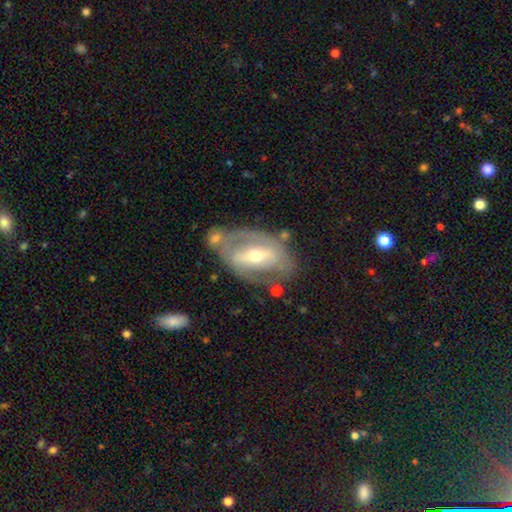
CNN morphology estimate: Smooth or featured?
  - featured or disk: 74% *
  - smooth: 20%
  - star or artifact: 6%
Edge-on disk?
  - no: 90% *
  - yes: 10%
Bar?
  - strong: 53% *
  - weak: 28%
  - no: 19%
Spiral arms?
  - yes: 53% *
  - no: 47%
Bulge size?
  - moderate: 58% *
  - small: 36%
  - large: 4%
  - dominant: 1%
  - none: 1%
Merging?
  - none: 54% *
  - minor disturbance: 21%
  - major disturbance: 14%
  - merger: 11%